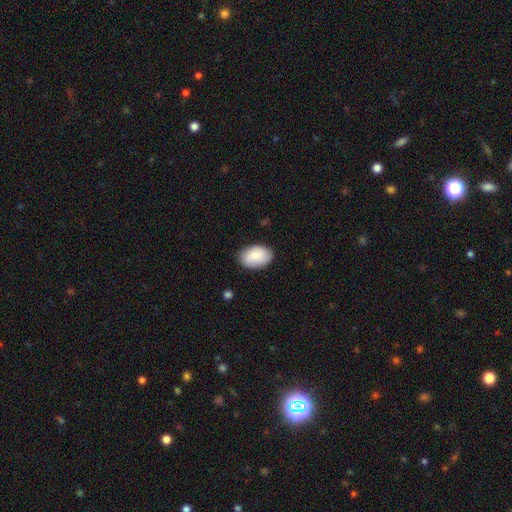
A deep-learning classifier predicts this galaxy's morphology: Smooth or featured? smooth (81%)
How rounded? in between (90%)
Merging? none (83%)